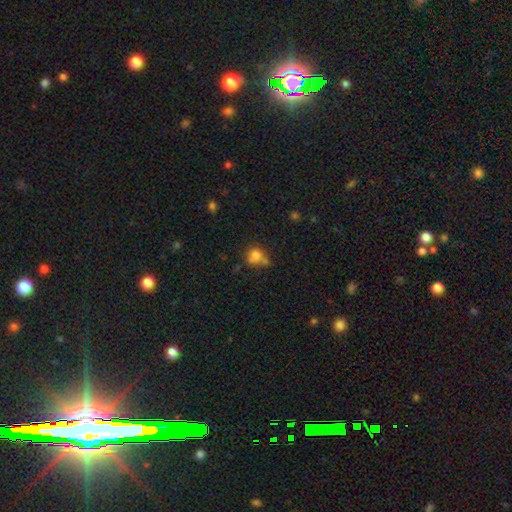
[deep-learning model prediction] Smooth or featured? smooth (76%)
How rounded? round (71%)
Merging? none (45%)